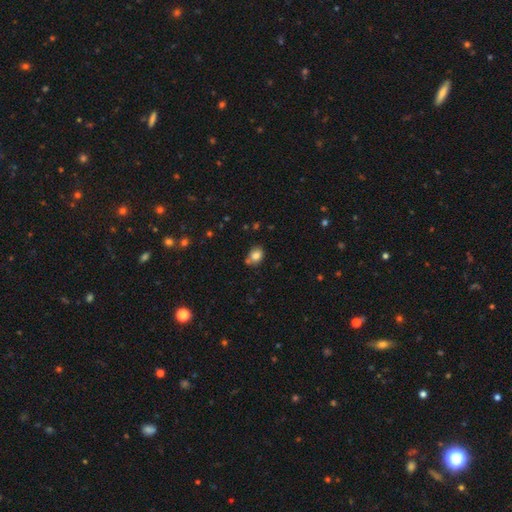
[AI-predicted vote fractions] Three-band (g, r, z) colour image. It shows a smooth galaxy with no disk features (82%) that is in between round and cigar-shaped (56%). Merging: none (63%).